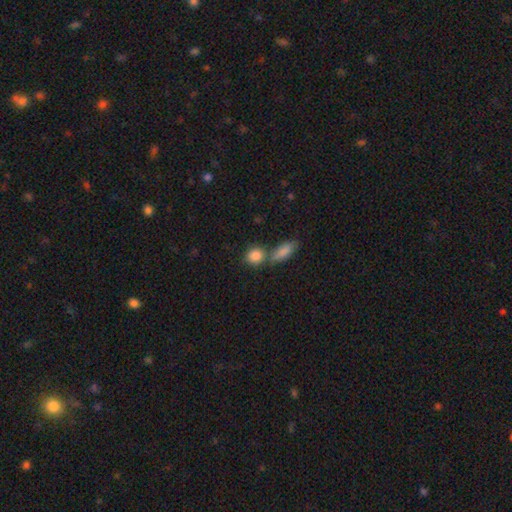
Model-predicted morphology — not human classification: This is clearly a smooth galaxy (86%). How rounded: likely round (67%). Merging: possibly none (58%).